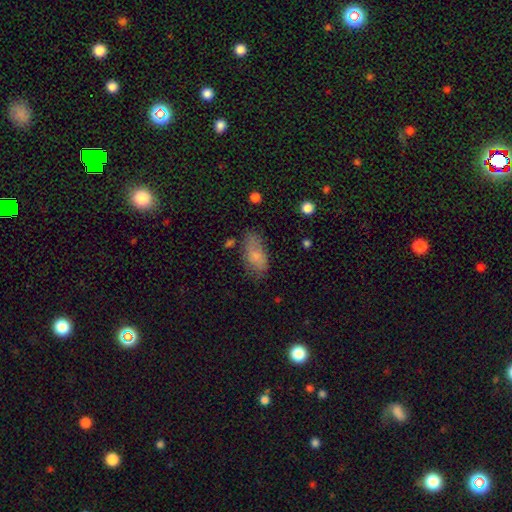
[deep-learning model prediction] Smooth or featured? smooth (76%)
How rounded? in between (89%)
Merging? none (62%)